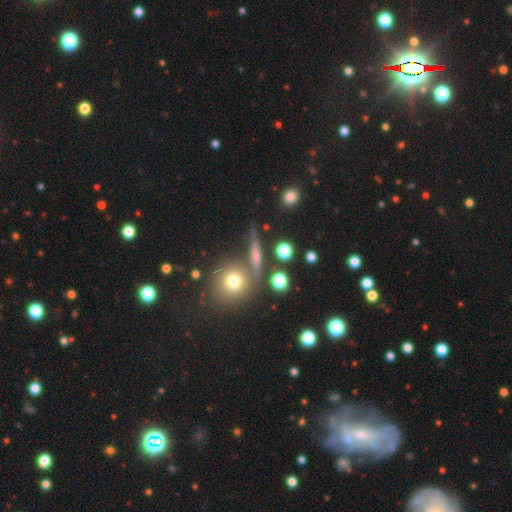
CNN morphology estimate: Overall: smooth (43%; featured or disk 38%). Merging: none (74%).